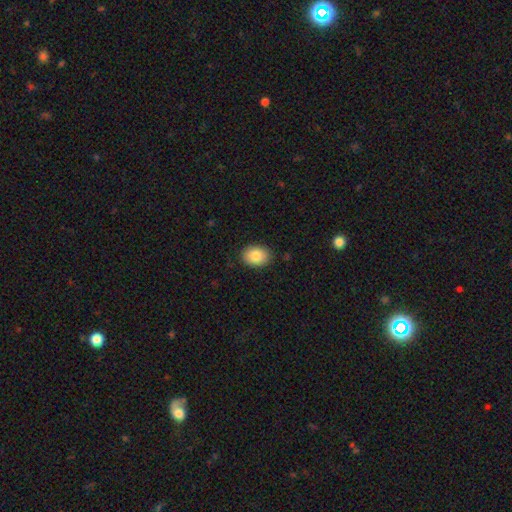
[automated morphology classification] type=smooth (84%); roundness=in between (69%); merging=none (88%).